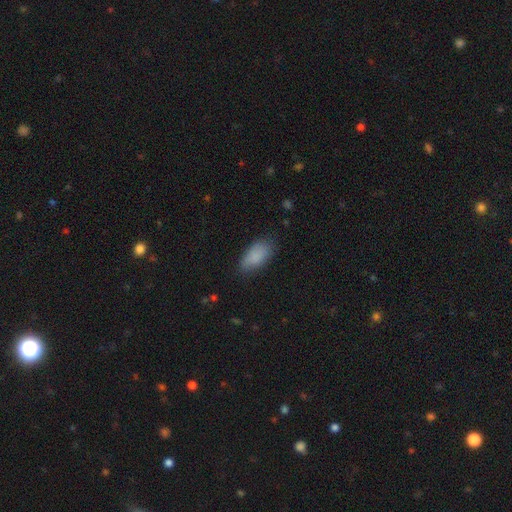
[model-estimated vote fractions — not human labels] A smooth galaxy with no disk features (86%) that is in between round and cigar-shaped (90%). Merging: none (72%).